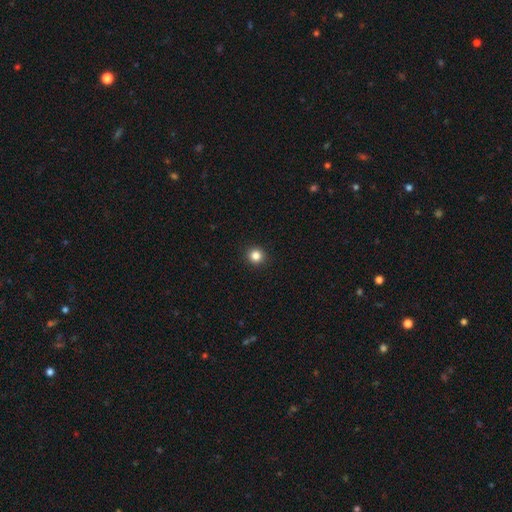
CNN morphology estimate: type=smooth (83%); roundness=round (94%); merging=none (93%).